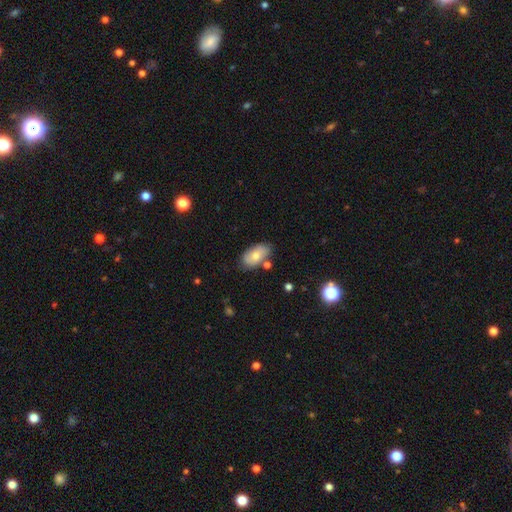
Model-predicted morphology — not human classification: Overall: smooth (71%). How rounded: in between (93%). Merging: none (72%).